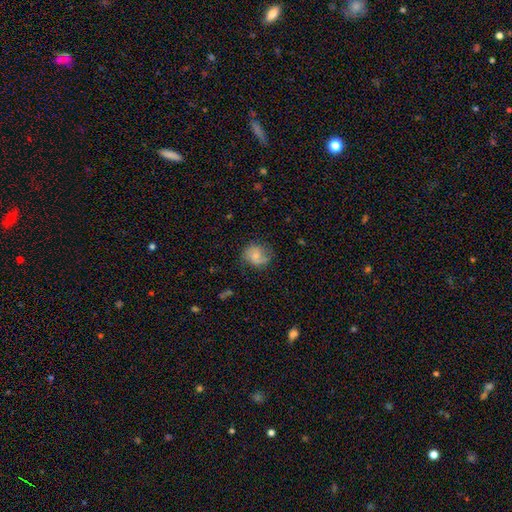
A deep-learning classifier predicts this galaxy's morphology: smooth_or_featured: smooth (p=0.55) [alt: featured or disk p=0.37]
how_rounded: round (p=0.72) [alt: in between p=0.27]
merging: none (p=0.66) [alt: minor disturbance p=0.23]